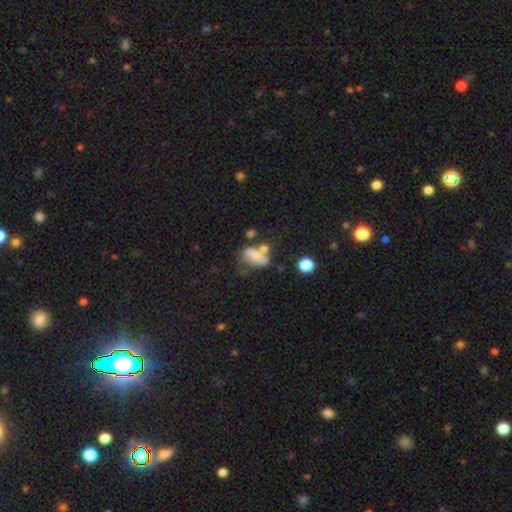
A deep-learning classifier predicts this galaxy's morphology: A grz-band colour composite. It shows a smooth galaxy with no disk features (59%) that is in between round and cigar-shaped (83%). Merging: merger (36%).